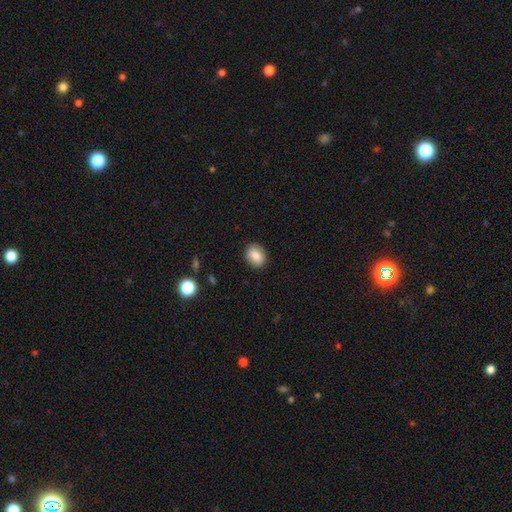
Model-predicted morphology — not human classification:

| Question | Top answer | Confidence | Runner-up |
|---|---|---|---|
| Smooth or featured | smooth | 84% | star or artifact (8%) |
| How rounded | in between | 61% | round (38%) |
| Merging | none | 88% | minor disturbance (9%) |